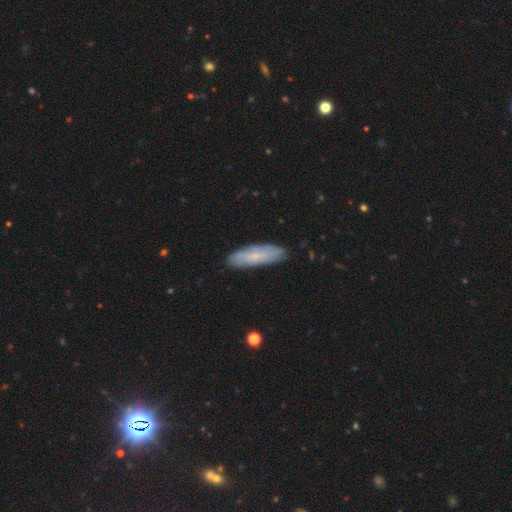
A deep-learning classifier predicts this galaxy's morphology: This is possibly a smooth galaxy (52%). How rounded: possibly cigar-shaped (53%). Merging: clearly none (85%).